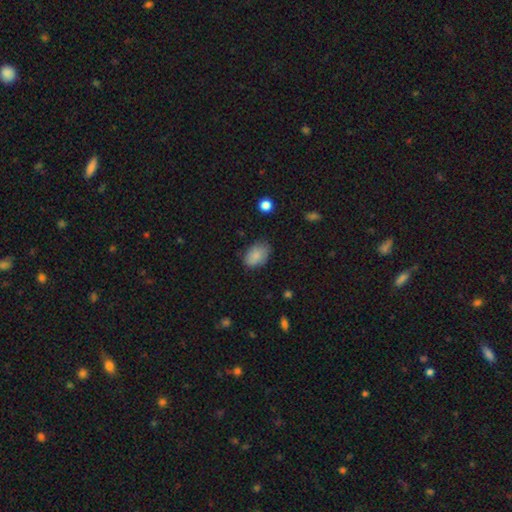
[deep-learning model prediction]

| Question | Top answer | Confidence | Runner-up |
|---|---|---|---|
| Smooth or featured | smooth | 83% | featured or disk (9%) |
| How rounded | in between | 85% | round (14%) |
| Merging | none | 70% | minor disturbance (24%) |